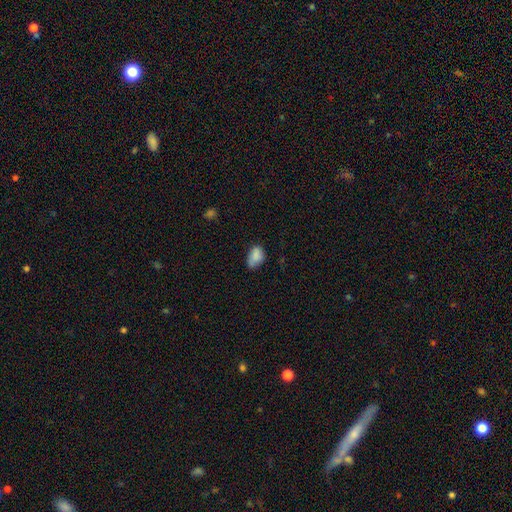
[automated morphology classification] Smooth or featured: smooth — 82% (star or artifact — 9%)
How rounded: in between — 85% (round — 14%)
Merging: none — 53% (minor disturbance — 35%)